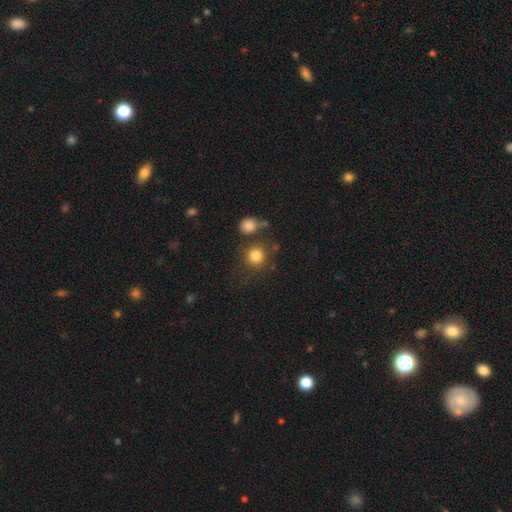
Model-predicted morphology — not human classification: Smooth or featured? Predicted: smooth (p=0.82). How rounded? Predicted: round (p=0.91). Merging? Predicted: none (p=0.74).